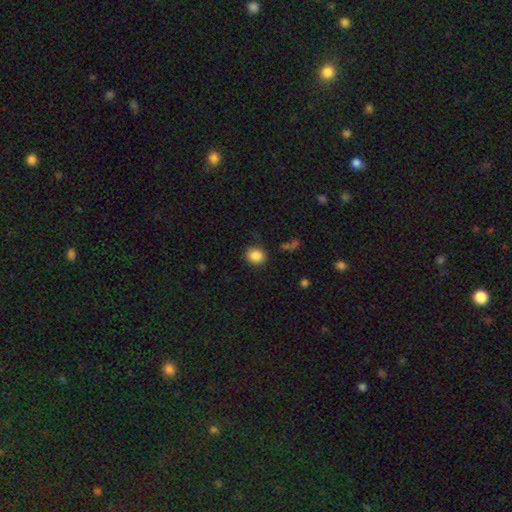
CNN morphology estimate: Q: Smooth or featured?
A: smooth (86%); runner-up: star or artifact (10%)
Q: How rounded?
A: round (70%); runner-up: in between (29%)
Q: Merging?
A: none (81%); runner-up: minor disturbance (13%)